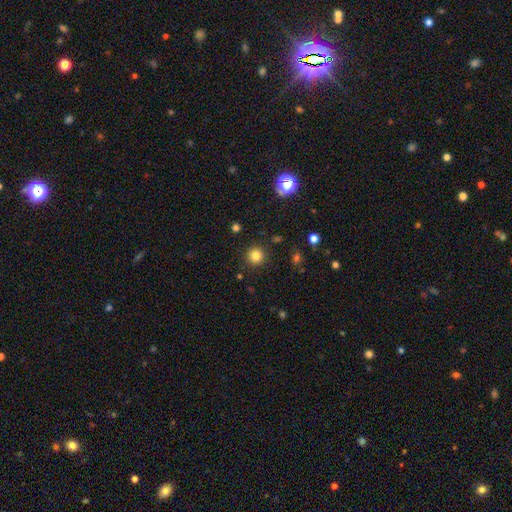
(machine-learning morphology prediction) This appears to be a smooth galaxy with no disk features (82%) that is round (95%). Merging: none (91%).